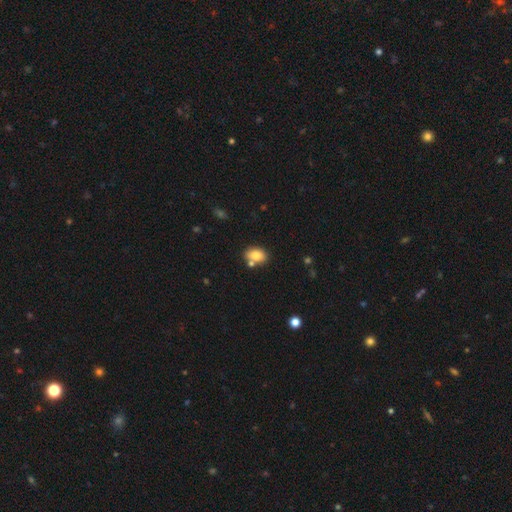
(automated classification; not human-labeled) Smooth or featured: smooth — 82% (featured or disk — 10%)
How rounded: in between — 81% (round — 18%)
Merging: none — 65% (merger — 17%)